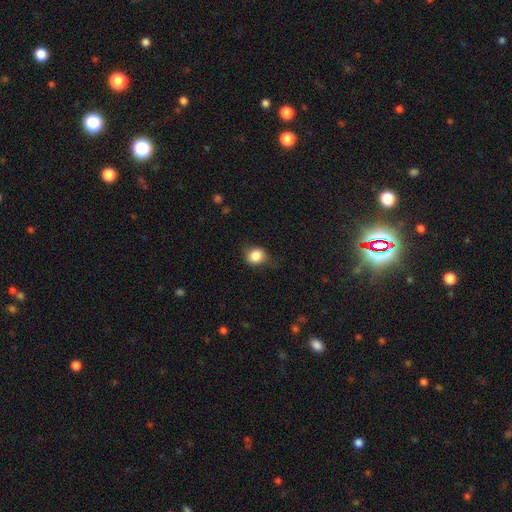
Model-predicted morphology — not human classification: smooth 83%, star or artifact 9%, featured or disk 7%. Down the decision tree: how rounded — round (71%); merging — none (64%).